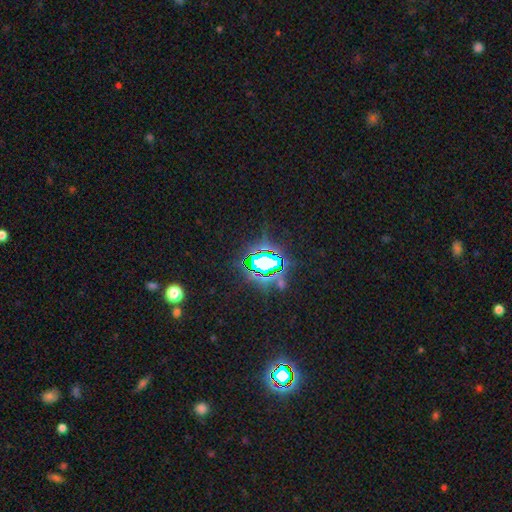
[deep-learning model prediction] The model was most divided on "smooth or featured": star or artifact: 76%, smooth: 12%, featured or disk: 12%.